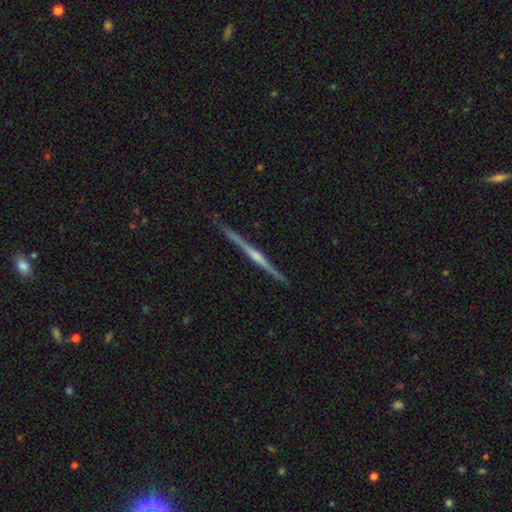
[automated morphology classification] featured or disk 81%, smooth 12%, star or artifact 7%. Down the decision tree: edge-on disk — yes (98%); edge-on bulge — rounded (72%); merging — none (91%).